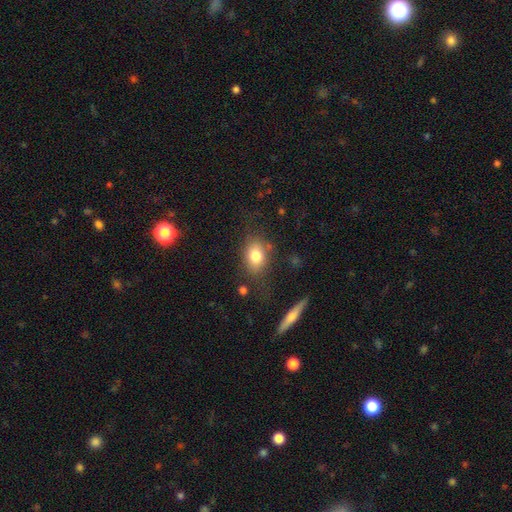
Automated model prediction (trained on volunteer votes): smooth 79%, featured or disk 12%, star or artifact 9%. Down the decision tree: how rounded — in between (69%); merging — none (73%).